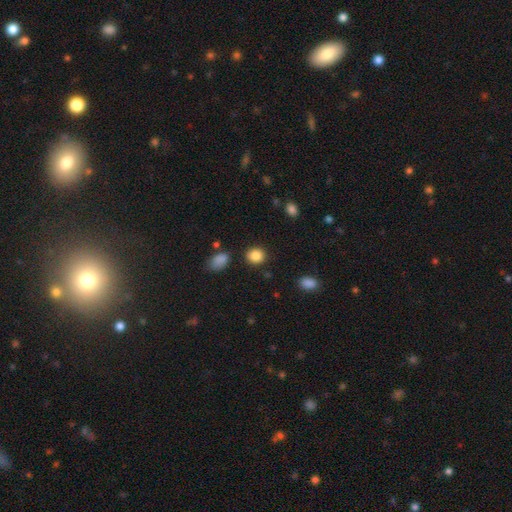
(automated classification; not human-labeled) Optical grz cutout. It shows a smooth galaxy with no disk features (87%) that is round (77%). Merging: none (87%).